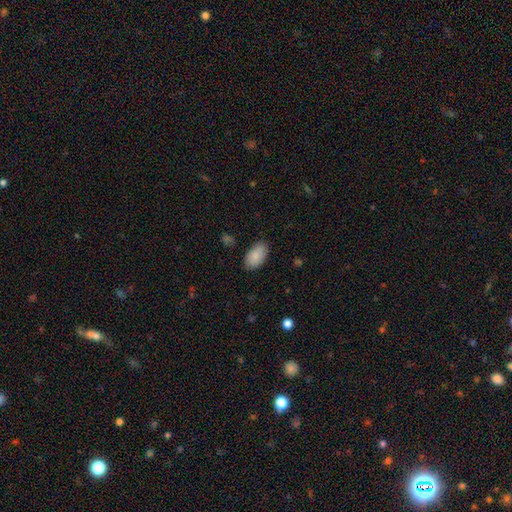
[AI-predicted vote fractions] smooth-or-featured: smooth: 88% | star or artifact: 6% | featured or disk: 6%
  how-rounded: in between: 95% | round: 4% | cigar-shaped: 2%
  merging: none: 85% | minor disturbance: 12% | major disturbance: 3% | merger: 1%